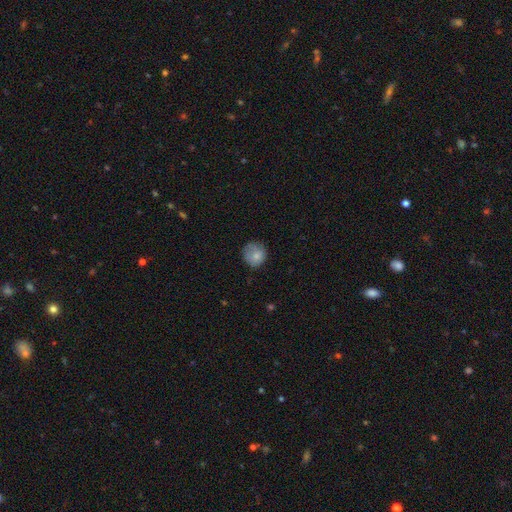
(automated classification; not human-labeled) Morphology: type=smooth (79%); roundness=round (82%); merging=none (66%).